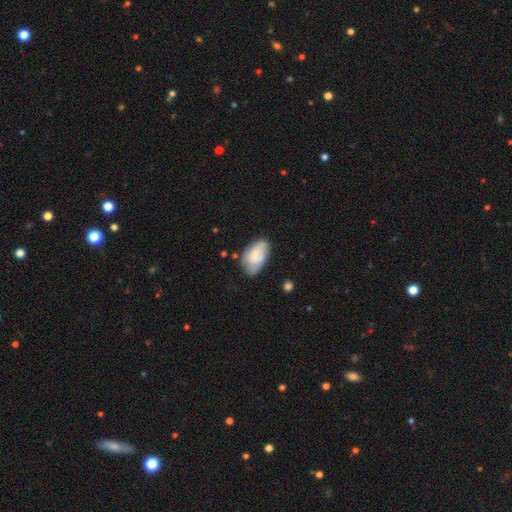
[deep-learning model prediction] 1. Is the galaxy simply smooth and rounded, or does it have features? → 52% smooth, 41% featured or disk, 7% star or artifact.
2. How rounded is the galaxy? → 92% in between, 6% round, 2% cigar-shaped.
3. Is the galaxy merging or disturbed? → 56% none, 31% minor disturbance, 9% major disturbance, 4% merger.